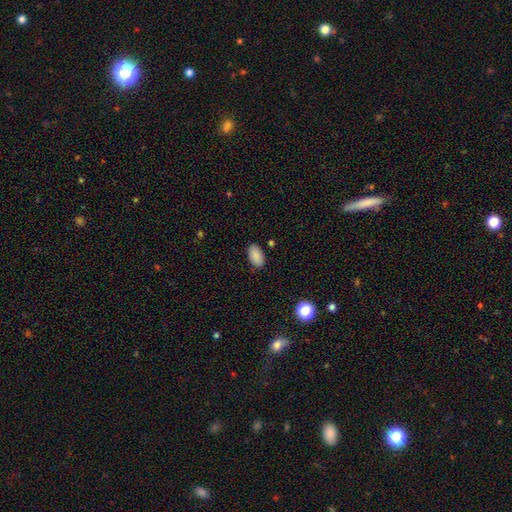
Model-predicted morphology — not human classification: A smooth galaxy with no disk features (88%) that is in between round and cigar-shaped (94%).

Vote fractions:
- Smooth or featured? smooth: 88% / star or artifact: 8% / featured or disk: 4%
- How rounded? in between: 94% / round: 4% / cigar-shaped: 2%
- Merging? none: 86% / minor disturbance: 10% / major disturbance: 2% / merger: 2%